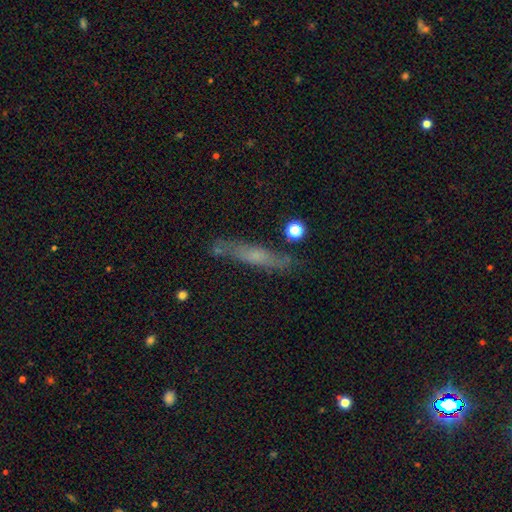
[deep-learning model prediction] The model was most divided on "smooth or featured": smooth: 47%, featured or disk: 43%, star or artifact: 10%. More confident: merging — none (75%).